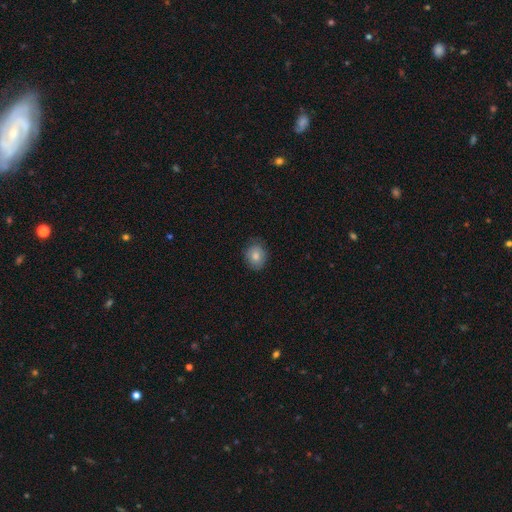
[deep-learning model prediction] The model was most divided on "how rounded": round: 63%, in between: 36%, cigar-shaped: 1%. More confident: smooth or featured — smooth (80%); merging — none (77%).